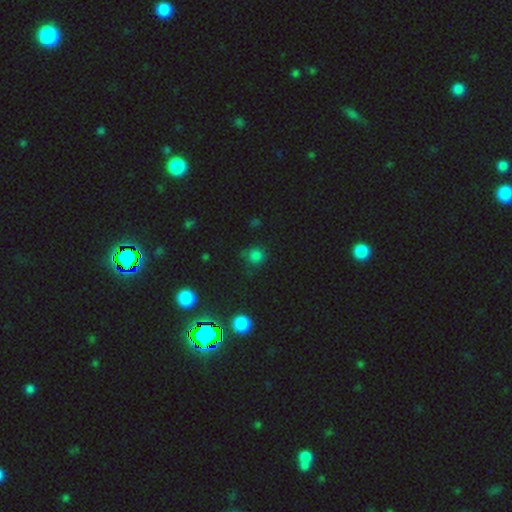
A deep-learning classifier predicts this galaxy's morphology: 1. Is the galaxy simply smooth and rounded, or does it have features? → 73% smooth, 21% star or artifact, 6% featured or disk.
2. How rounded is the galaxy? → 89% round, 10% in between, 1% cigar-shaped.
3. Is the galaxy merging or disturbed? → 72% none, 18% minor disturbance, 7% major disturbance, 3% merger.